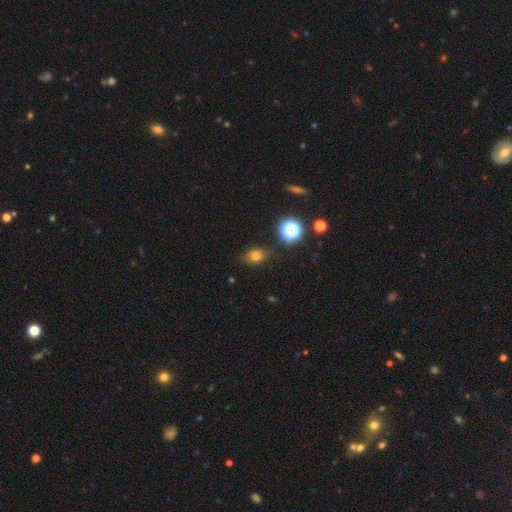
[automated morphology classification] Overall: smooth (72%). How rounded: in between (58%; round 40%). Merging: none (71%).